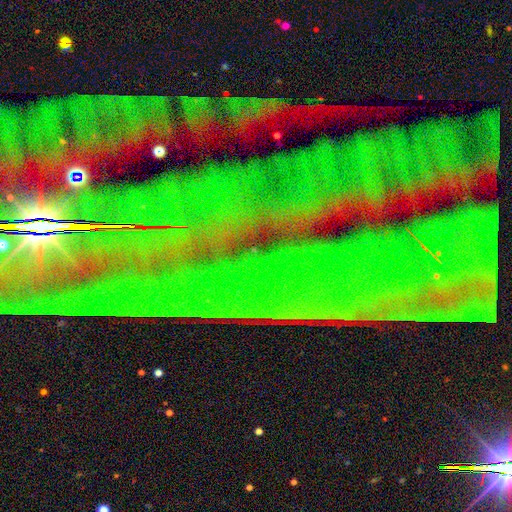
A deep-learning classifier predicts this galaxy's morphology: Q: Smooth or featured?
A: star or artifact (86%); runner-up: featured or disk (8%)